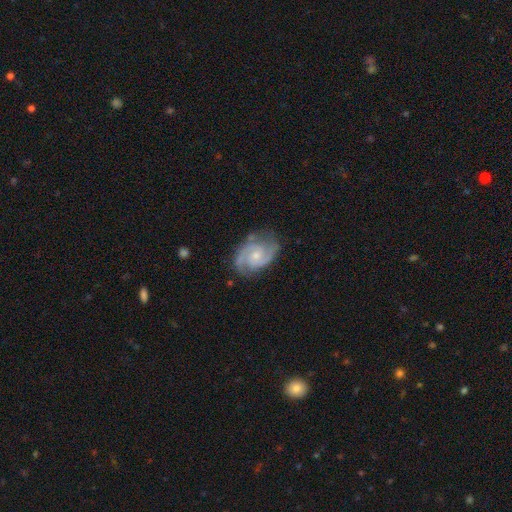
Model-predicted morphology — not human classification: Overall: featured or disk (90%). Edge-on disk: no (98%). Bar: no (59%; weak 35%). Spiral arms: yes (98%). Spiral arm count: 2 (84%). Spiral winding: medium (52%; tight 38%). Bulge size: small (57%; moderate 37%). Merging: none (77%).